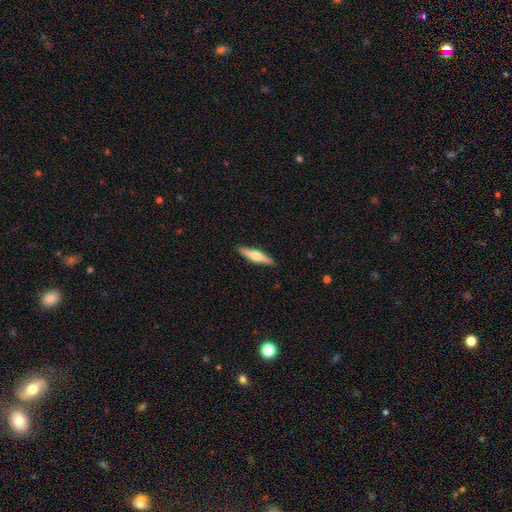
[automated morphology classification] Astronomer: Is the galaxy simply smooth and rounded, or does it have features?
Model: featured or disk — 49% (runner-up: smooth, 45%).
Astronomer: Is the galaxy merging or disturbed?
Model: none — 90%.